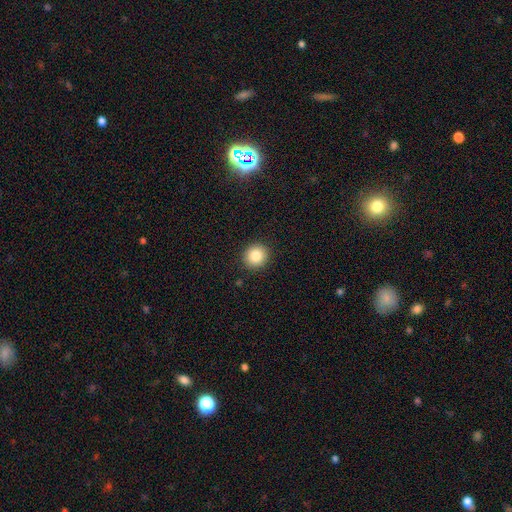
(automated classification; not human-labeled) Overall: smooth (84%). How rounded: round (91%). Merging: none (92%).